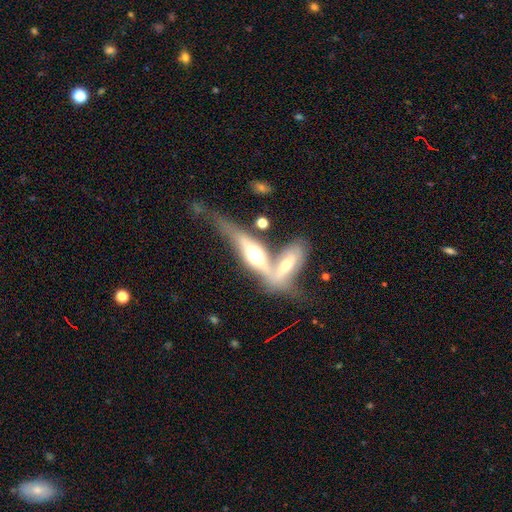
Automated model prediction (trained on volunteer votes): Smooth or featured? Predicted: featured or disk (p=0.64). Edge-on disk? Predicted: yes (p=0.81). Edge-on bulge? Predicted: rounded (p=0.89). Merging? Predicted: merger (p=0.66).